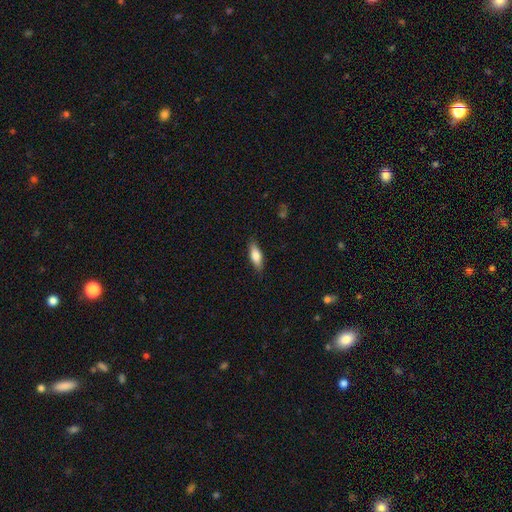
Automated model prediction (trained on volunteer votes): This appears to be a smooth galaxy with no disk features (74%) that is in between round and cigar-shaped (61%). Merging: none (85%).